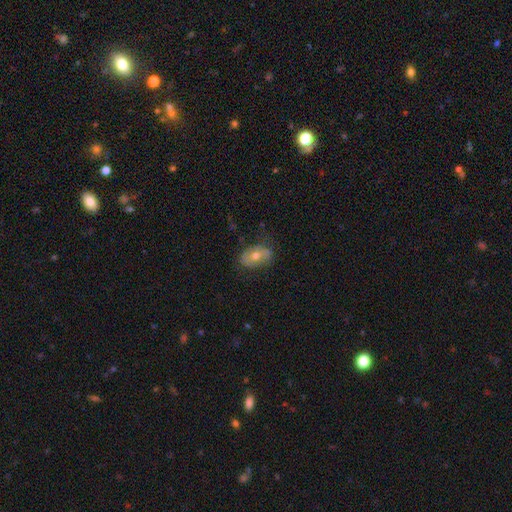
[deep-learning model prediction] smooth_or_featured: smooth (p=0.46) [alt: featured or disk p=0.45]
merging: none (p=0.73) [alt: minor disturbance p=0.19]